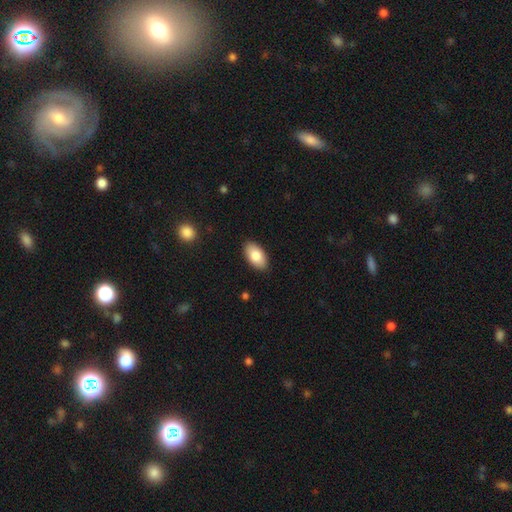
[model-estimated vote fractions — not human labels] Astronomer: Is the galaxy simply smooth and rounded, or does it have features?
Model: smooth — 84%.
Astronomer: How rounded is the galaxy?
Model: in between — 95%.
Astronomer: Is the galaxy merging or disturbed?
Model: none — 89%.